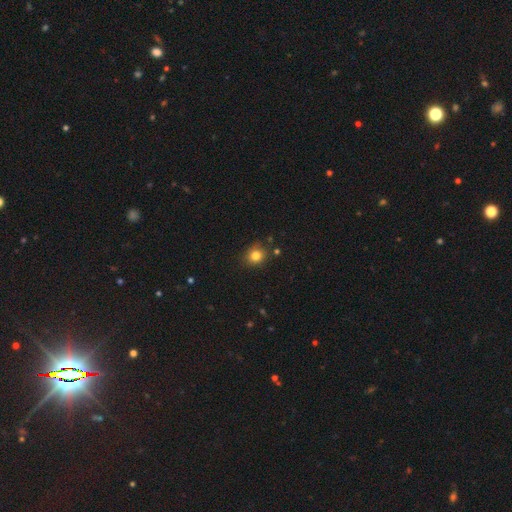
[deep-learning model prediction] The model was most divided on "how rounded": round: 77%, in between: 22%, cigar-shaped: 1%. More confident: smooth or featured — smooth (81%); merging — none (79%).